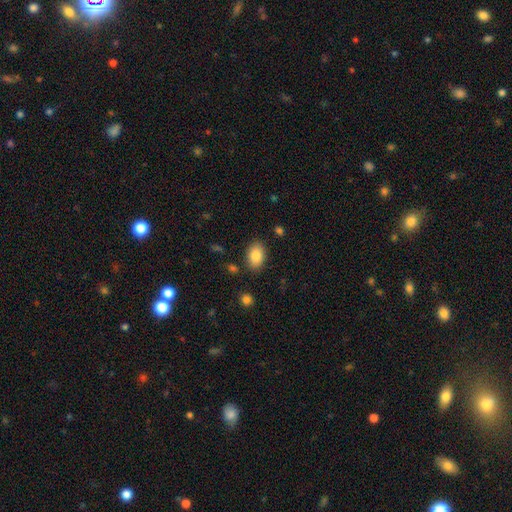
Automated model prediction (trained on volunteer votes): A smooth galaxy with no disk features (87%) that is in between round and cigar-shaped (87%).

Vote fractions:
- Smooth or featured? smooth: 87% / star or artifact: 7% / featured or disk: 6%
- How rounded? in between: 87% / round: 12% / cigar-shaped: 1%
- Merging? none: 84% / minor disturbance: 11% / major disturbance: 3% / merger: 2%